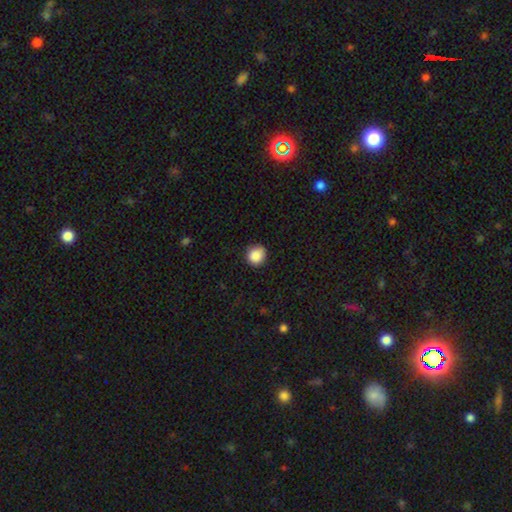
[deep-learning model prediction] Overall: smooth (87%). How rounded: round (89%). Merging: none (81%).